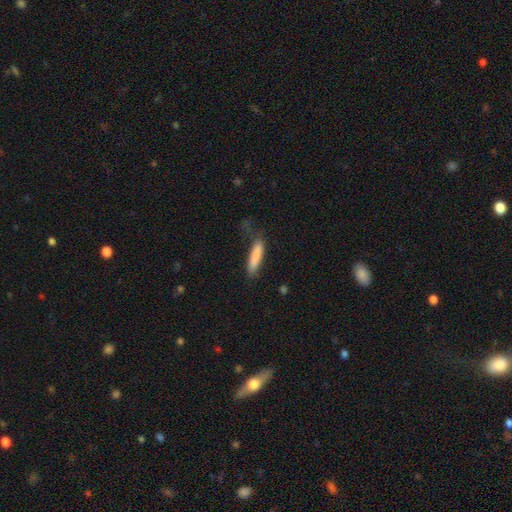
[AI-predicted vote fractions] A smooth galaxy with no disk features (84%) that is cigar-shaped (84%). Merging: none (61%).